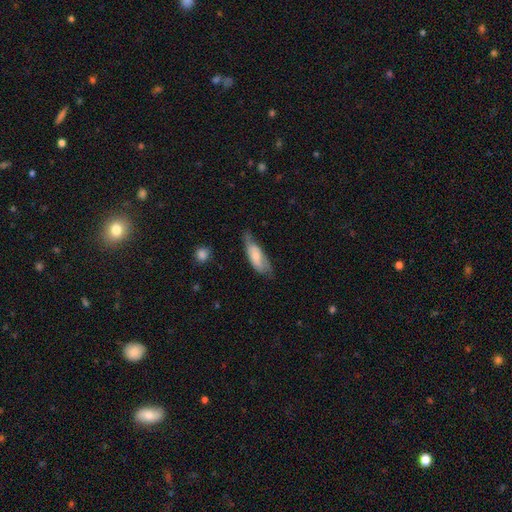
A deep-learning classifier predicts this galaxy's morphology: smooth_or_featured: smooth (p=0.54) [alt: featured or disk p=0.40]
how_rounded: in between (p=0.70) [alt: cigar-shaped p=0.28]
merging: none (p=0.52) [alt: minor disturbance p=0.34]